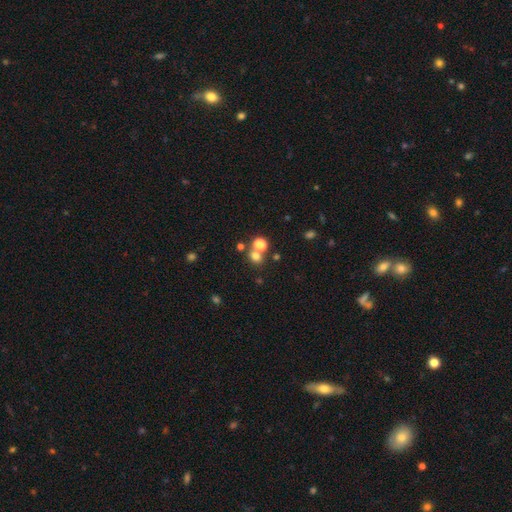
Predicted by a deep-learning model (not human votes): This appears to be a smooth galaxy with no disk features (69%) that is round (74%). Merging: none (57%).